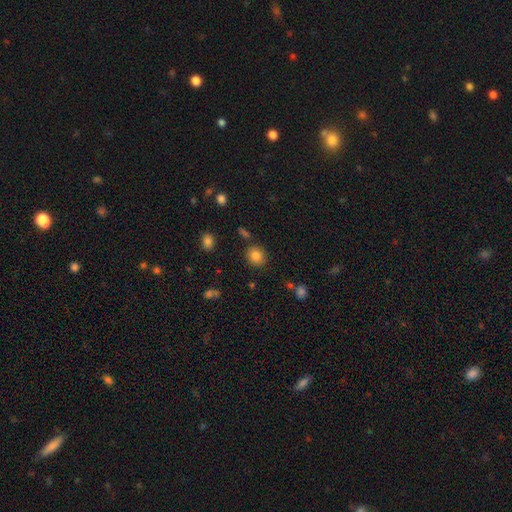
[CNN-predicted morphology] Smooth or featured: smooth — 83% (star or artifact — 10%)
How rounded: round — 81% (in between — 18%)
Merging: none — 85% (minor disturbance — 8%)